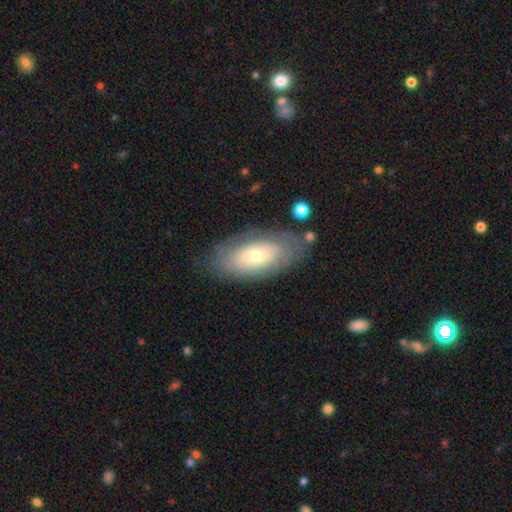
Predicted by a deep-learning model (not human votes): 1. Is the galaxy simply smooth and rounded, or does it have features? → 50% smooth, 43% featured or disk, 7% star or artifact.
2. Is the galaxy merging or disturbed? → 75% none, 17% minor disturbance, 6% major disturbance, 2% merger.